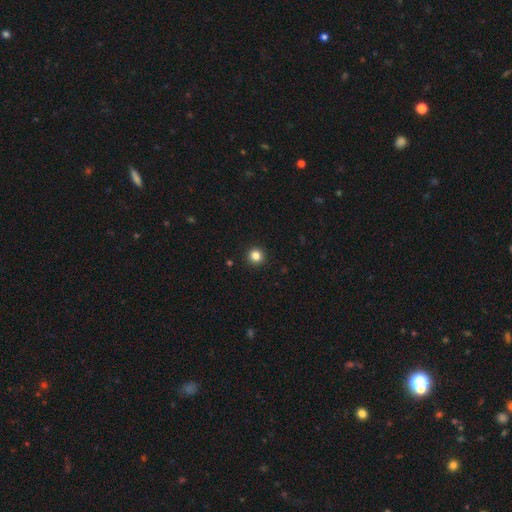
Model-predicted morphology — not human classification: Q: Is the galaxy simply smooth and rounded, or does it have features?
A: smooth — 84%.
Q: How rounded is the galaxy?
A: round — 95%.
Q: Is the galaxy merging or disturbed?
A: none — 94%.